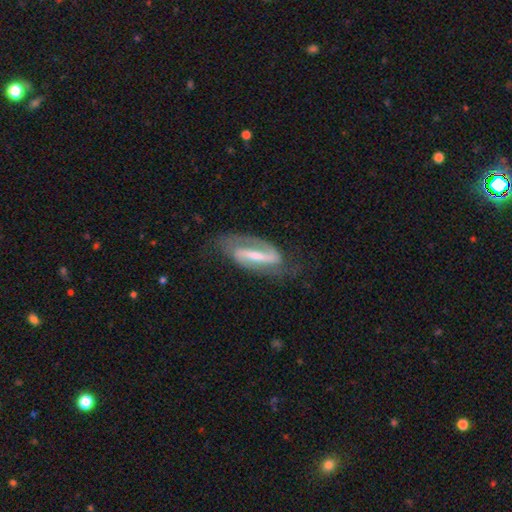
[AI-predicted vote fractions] A featured or disk galaxy (87%) with a strong bar (67%), 2 (88%) medium (49%) spiral arms (95%) and a small central bulge (44%). Merging: none (73%).